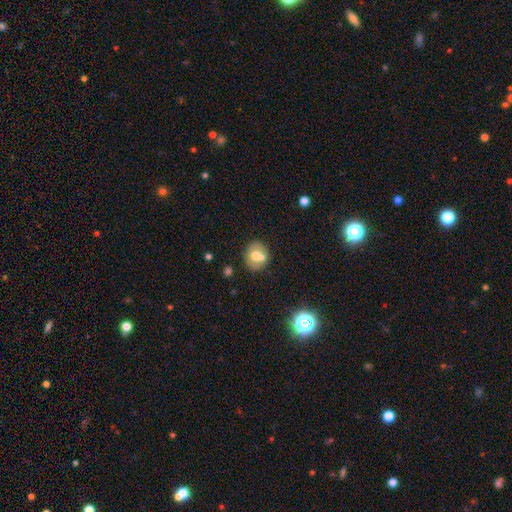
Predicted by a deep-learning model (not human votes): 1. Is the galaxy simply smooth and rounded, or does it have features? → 60% smooth, 31% featured or disk, 9% star or artifact.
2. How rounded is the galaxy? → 70% round, 29% in between, 1% cigar-shaped.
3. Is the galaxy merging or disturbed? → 60% none, 22% merger, 14% minor disturbance, 4% major disturbance.